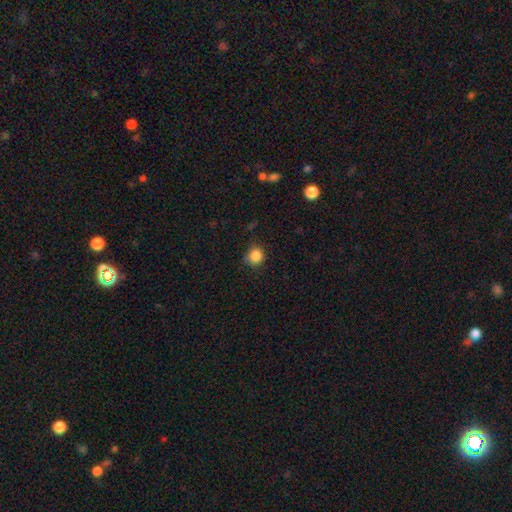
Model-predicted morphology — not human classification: Smooth or featured?
  - smooth: 86% *
  - star or artifact: 10%
  - featured or disk: 4%
How rounded?
  - round: 87% *
  - in between: 12%
  - cigar-shaped: 1%
Merging?
  - none: 76% *
  - minor disturbance: 19%
  - major disturbance: 4%
  - merger: 2%